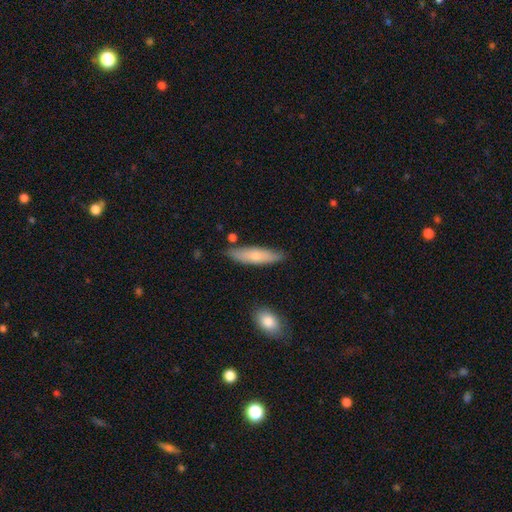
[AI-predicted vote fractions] Smooth or featured: smooth — 66% (featured or disk — 29%)
How rounded: cigar-shaped — 65% (in between — 33%)
Merging: none — 80% (minor disturbance — 14%)